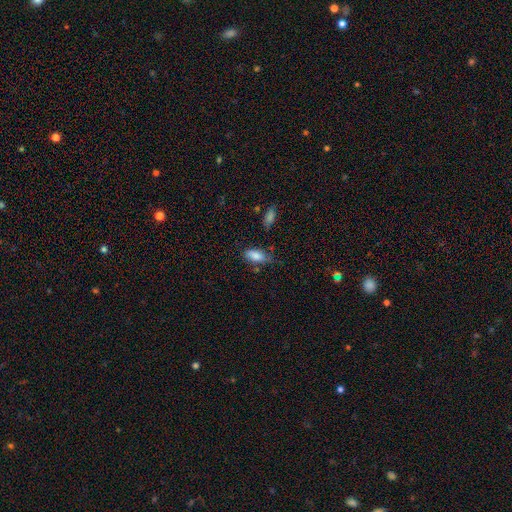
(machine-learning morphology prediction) Smooth or featured? smooth (83%)
How rounded? in between (86%)
Merging? none (63%)